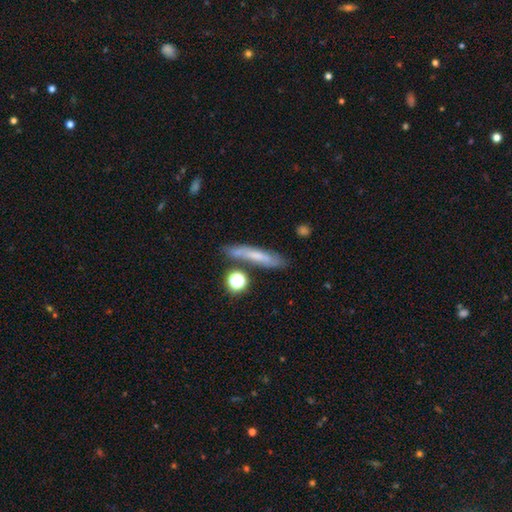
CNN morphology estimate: Overall: smooth (52%; featured or disk 37%). How rounded: cigar-shaped (81%). Merging: none (70%).